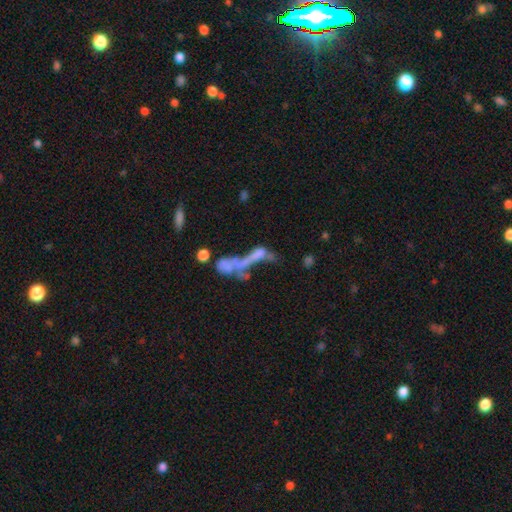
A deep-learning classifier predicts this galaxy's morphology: Smooth or featured? smooth (42%, tied with featured or disk)
Merging? merger (58%)